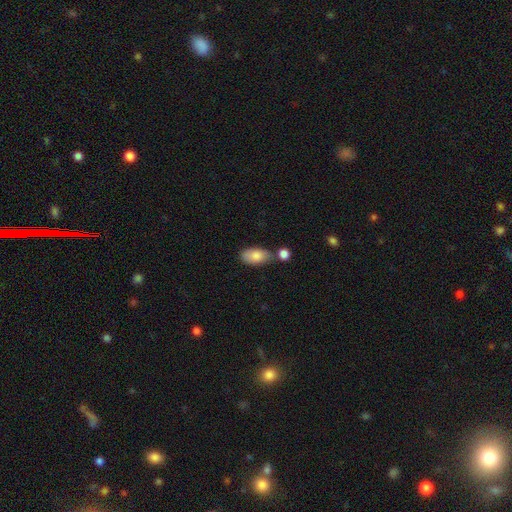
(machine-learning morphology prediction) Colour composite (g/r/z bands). It shows a smooth galaxy with no disk features (83%) that is in between round and cigar-shaped (92%). Merging: none (59%).